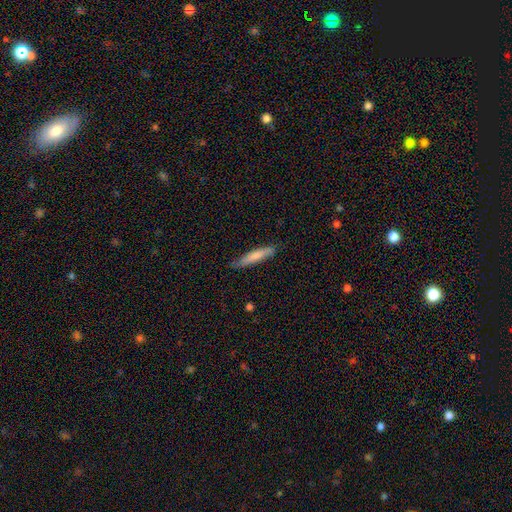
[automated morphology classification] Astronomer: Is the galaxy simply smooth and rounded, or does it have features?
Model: smooth — 74%.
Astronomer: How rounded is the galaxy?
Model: cigar-shaped — 89%.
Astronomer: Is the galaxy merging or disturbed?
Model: none — 75%.